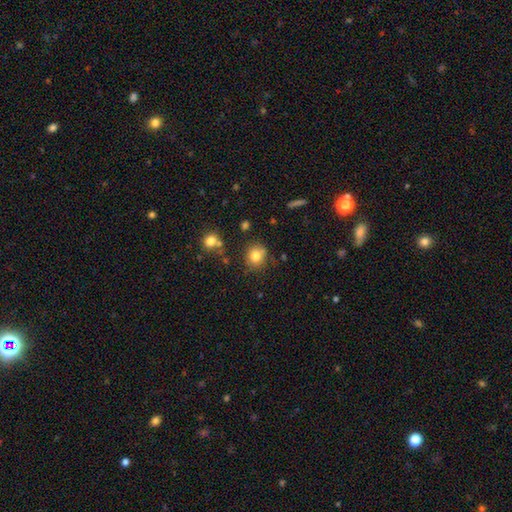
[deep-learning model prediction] This is clearly a smooth galaxy (80%). How rounded: clearly round (82%). Merging: clearly none (80%).